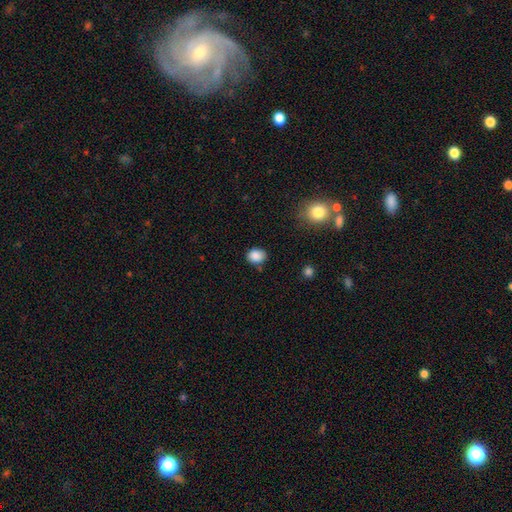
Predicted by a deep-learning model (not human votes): Smooth or featured? Predicted: smooth (p=0.87). How rounded? Predicted: round (p=0.55). Merging? Predicted: none (p=0.76).